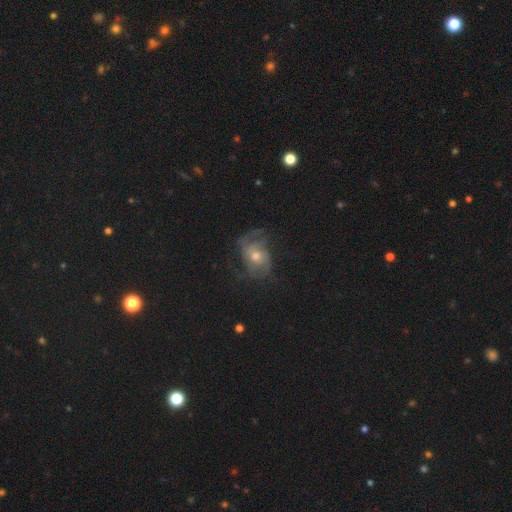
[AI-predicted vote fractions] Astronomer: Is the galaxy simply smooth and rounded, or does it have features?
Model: featured or disk — 75%.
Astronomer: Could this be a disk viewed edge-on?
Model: no — 97%.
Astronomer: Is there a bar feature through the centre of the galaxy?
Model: no — 70%.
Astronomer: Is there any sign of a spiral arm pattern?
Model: yes — 89%.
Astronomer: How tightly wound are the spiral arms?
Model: medium — 43% (runner-up: tight, 32%).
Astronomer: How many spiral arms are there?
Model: can't tell — 29% (runner-up: 2, 28%).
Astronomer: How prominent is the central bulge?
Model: moderate — 62%.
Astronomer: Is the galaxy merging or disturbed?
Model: none — 55%.